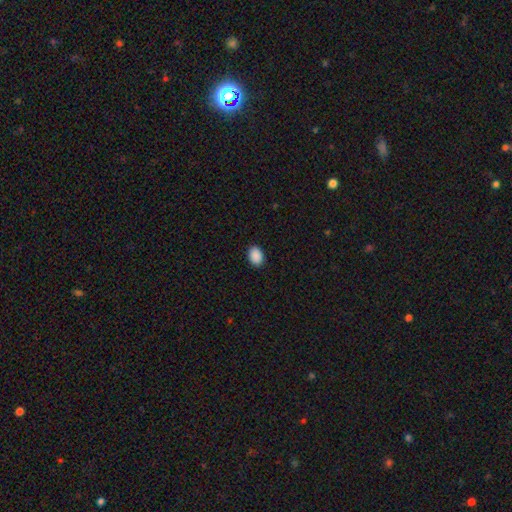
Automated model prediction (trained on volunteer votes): Smooth or featured? smooth (90%)
How rounded? in between (77%)
Merging? none (90%)